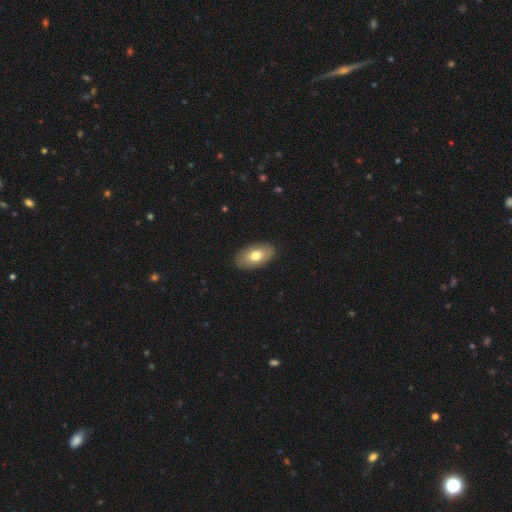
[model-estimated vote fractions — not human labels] smooth 72%, featured or disk 21%, star or artifact 6%. Down the decision tree: how rounded — in between (93%); merging — none (88%).